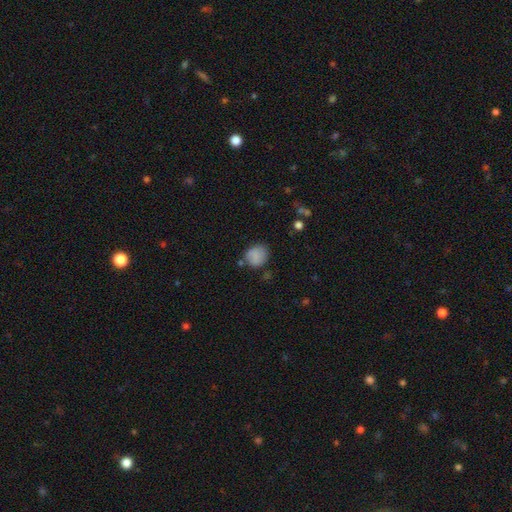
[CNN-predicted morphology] smooth 82%, star or artifact 9%, featured or disk 9%. Down the decision tree: how rounded — round (67%); merging — none (69%).